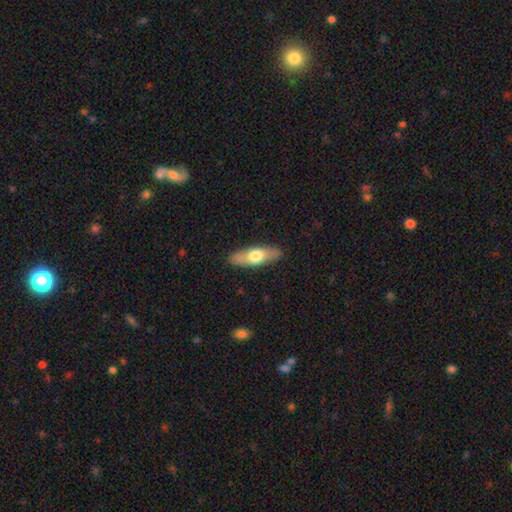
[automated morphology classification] smooth 57%, featured or disk 37%, star or artifact 5%. Down the decision tree: how rounded — in between (52%); merging — none (88%).